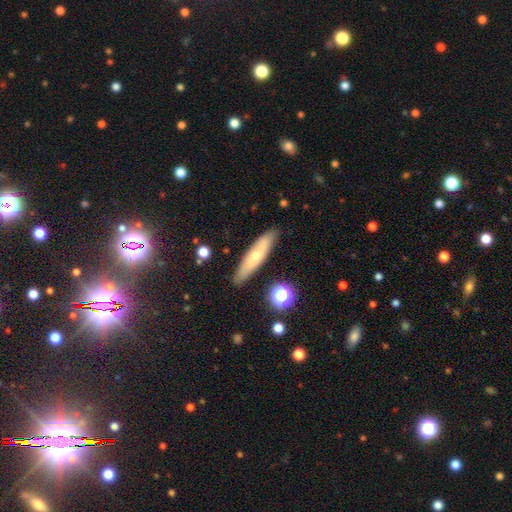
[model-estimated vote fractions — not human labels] Smooth or featured? Predicted: smooth (p=0.52). How rounded? Predicted: cigar-shaped (p=0.77). Merging? Predicted: none (p=0.85).